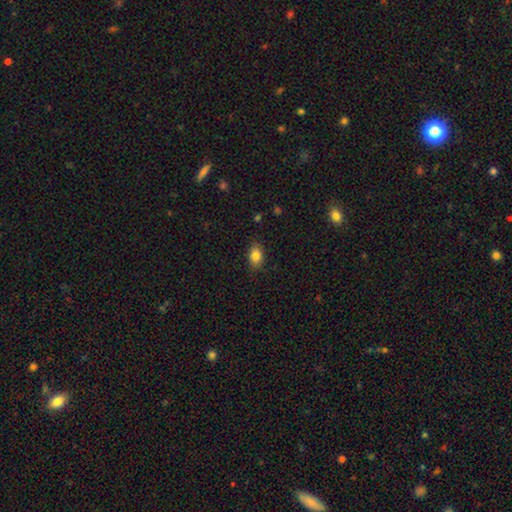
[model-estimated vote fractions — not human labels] smooth-or-featured: smooth: 84% | star or artifact: 9% | featured or disk: 7%
  how-rounded: in between: 83% | round: 15% | cigar-shaped: 2%
  merging: none: 84% | minor disturbance: 12% | major disturbance: 2% | merger: 1%